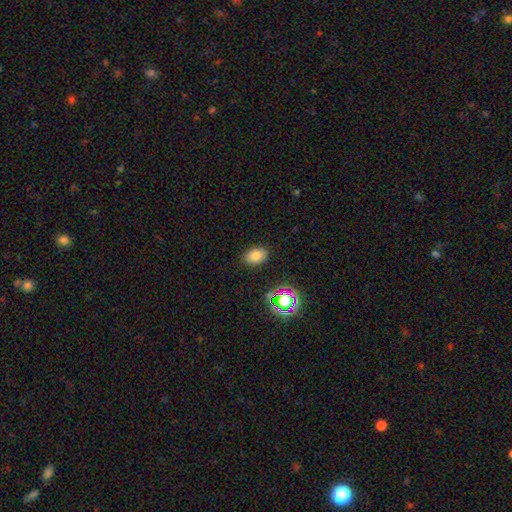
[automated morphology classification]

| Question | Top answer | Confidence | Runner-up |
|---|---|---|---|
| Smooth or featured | smooth | 77% | star or artifact (14%) |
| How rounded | in between | 82% | round (17%) |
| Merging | none | 86% | minor disturbance (10%) |